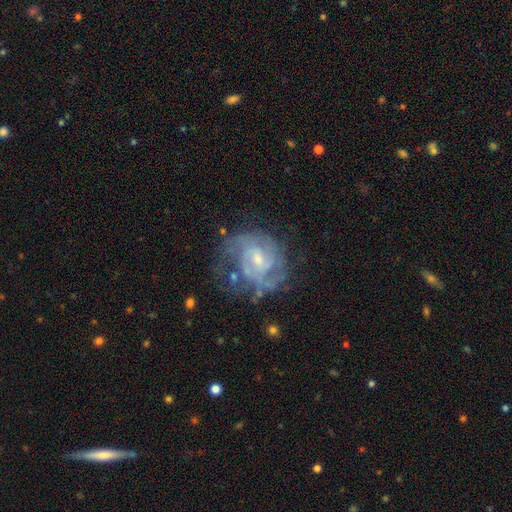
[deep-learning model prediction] This is clearly a featured or disk galaxy (82%). It is clearly not viewed edge-on (98%). Bar: possibly weak (47%). Spiral arm pattern: clearly yes (94%). Spiral arm count: marginally 2 (39%). Spiral winding: possibly tight (58%). Central bulge: possibly small (57%). Merging: likely none (68%).